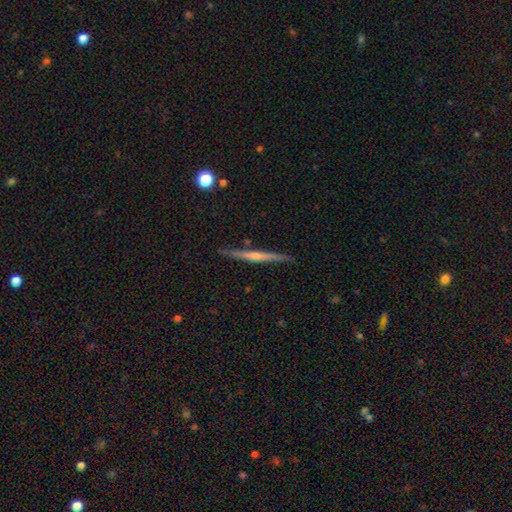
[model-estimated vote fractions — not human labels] Overall: featured or disk (76%). Edge-on disk: yes (98%). Edge-on bulge: rounded (69%). Merging: none (90%).